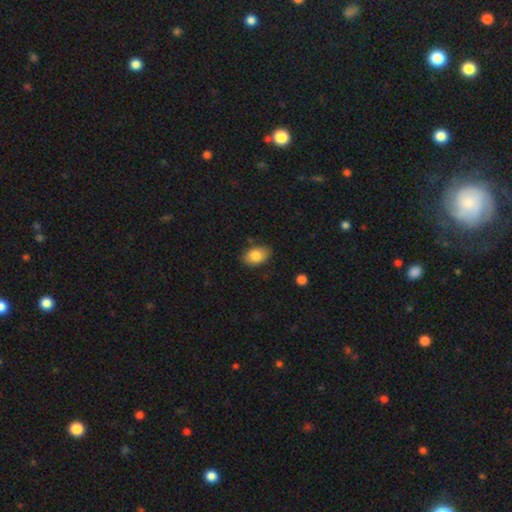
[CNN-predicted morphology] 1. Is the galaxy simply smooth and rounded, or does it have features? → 83% smooth, 9% featured or disk, 8% star or artifact.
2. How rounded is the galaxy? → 81% in between, 18% round, 1% cigar-shaped.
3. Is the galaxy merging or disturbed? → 81% none, 15% minor disturbance, 3% major disturbance, 2% merger.